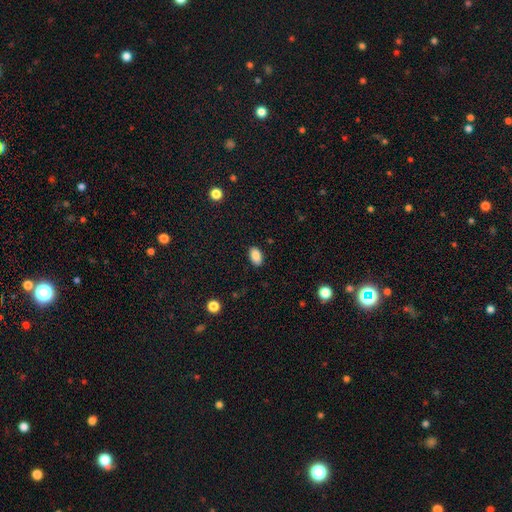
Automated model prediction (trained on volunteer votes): Q: Smooth or featured?
A: smooth (88%); runner-up: star or artifact (8%)
Q: How rounded?
A: in between (91%); runner-up: round (7%)
Q: Merging?
A: none (87%); runner-up: minor disturbance (9%)